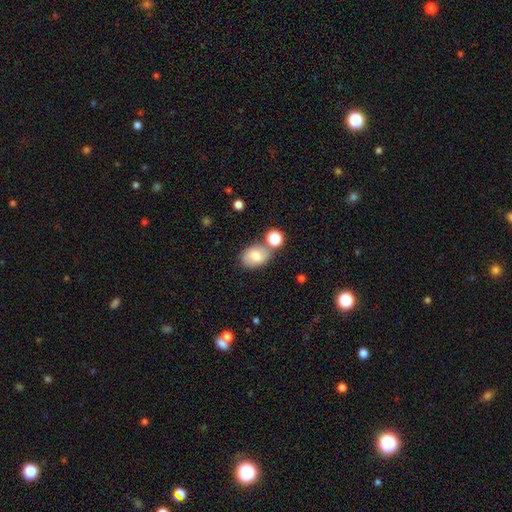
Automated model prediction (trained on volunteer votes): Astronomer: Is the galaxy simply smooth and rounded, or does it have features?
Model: smooth — 74%.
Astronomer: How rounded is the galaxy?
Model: in between — 70%.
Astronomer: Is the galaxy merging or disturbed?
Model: none — 64%.